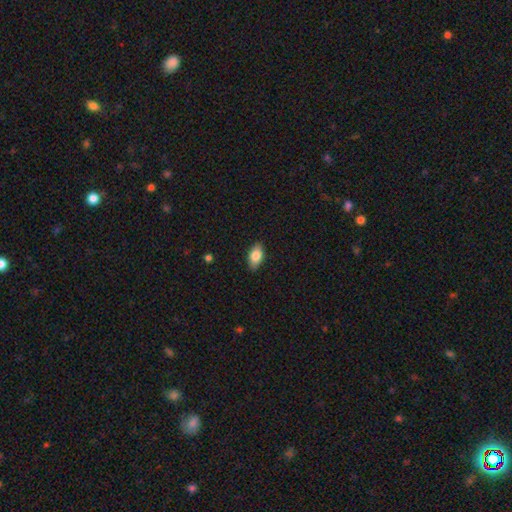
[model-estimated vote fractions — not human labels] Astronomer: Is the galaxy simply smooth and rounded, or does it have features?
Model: smooth — 81%.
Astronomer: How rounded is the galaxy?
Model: in between — 90%.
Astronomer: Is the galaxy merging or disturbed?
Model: none — 85%.